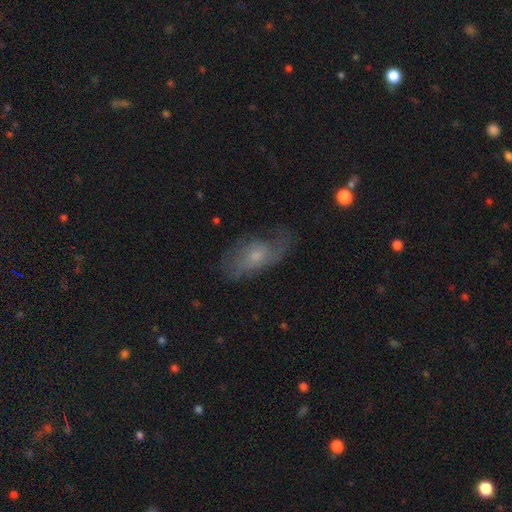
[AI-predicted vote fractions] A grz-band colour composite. It shows a featured or disk galaxy (53%). Merging: none (52%).